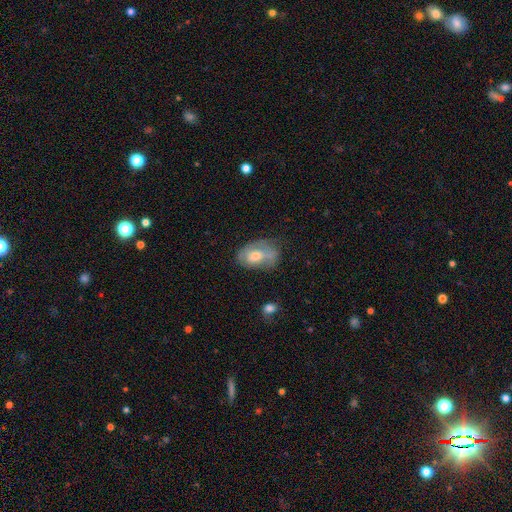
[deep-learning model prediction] smooth-or-featured: smooth: 47% | featured or disk: 45% | star or artifact: 8%
  merging: none: 48% | minor disturbance: 32% | major disturbance: 15% | merger: 5%